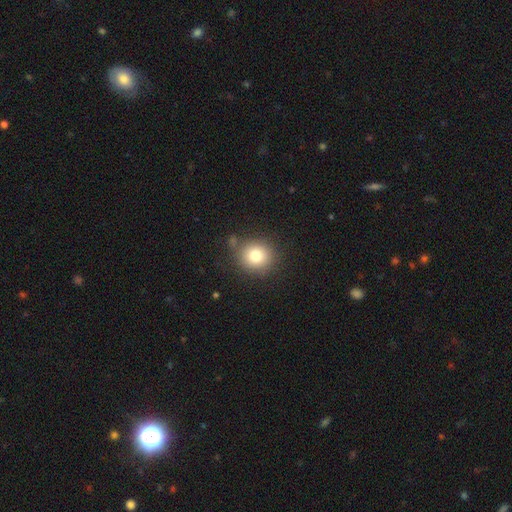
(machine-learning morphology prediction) A smooth galaxy with no disk features (79%) that is round (86%). Merging: none (80%).